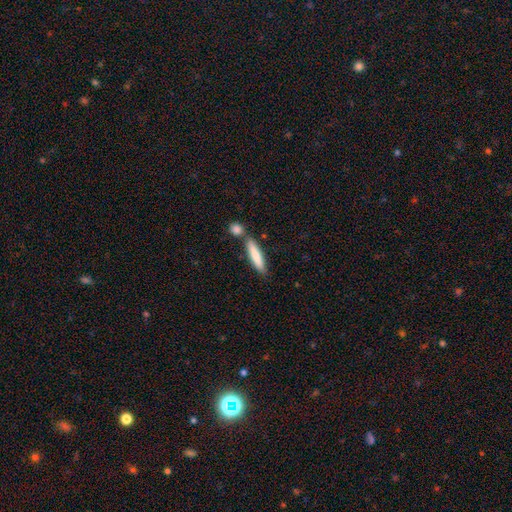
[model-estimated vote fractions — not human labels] Smooth or featured? smooth (75%)
How rounded? cigar-shaped (82%)
Merging? none (65%)